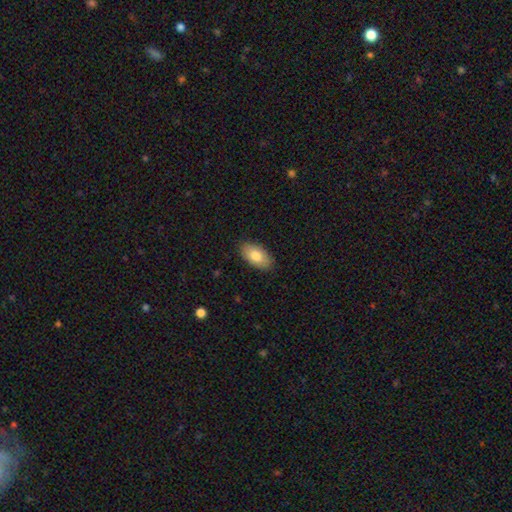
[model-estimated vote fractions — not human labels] smooth-or-featured: smooth: 81% | featured or disk: 13% | star or artifact: 6%
  how-rounded: in between: 94% | round: 4% | cigar-shaped: 2%
  merging: none: 87% | minor disturbance: 10% | major disturbance: 2% | merger: 1%